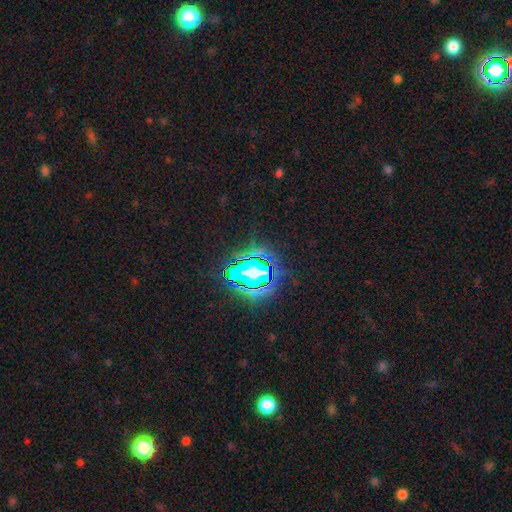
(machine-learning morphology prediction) smooth_or_featured: star or artifact (p=0.80) [alt: smooth p=0.14]